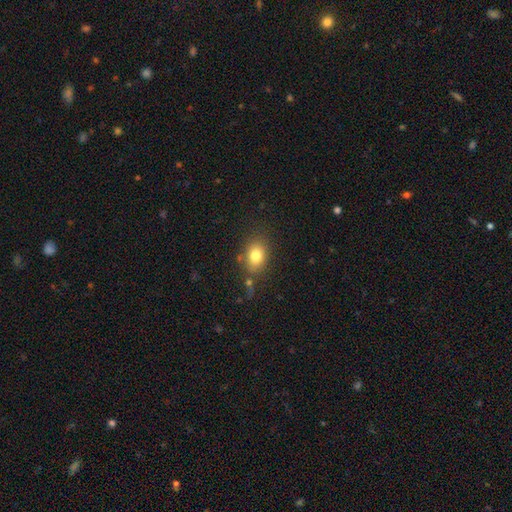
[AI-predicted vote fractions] A smooth galaxy with no disk features (80%) that is in between round and cigar-shaped (67%).

Vote fractions:
- Smooth or featured? smooth: 80% / star or artifact: 10% / featured or disk: 10%
- How rounded? in between: 67% / round: 32% / cigar-shaped: 1%
- Merging? none: 72% / minor disturbance: 15% / merger: 7% / major disturbance: 6%